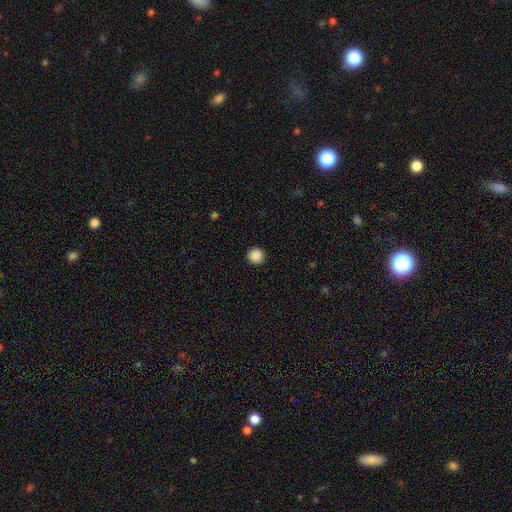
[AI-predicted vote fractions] A smooth galaxy with no disk features (88%) that is round (95%). Merging: none (93%).